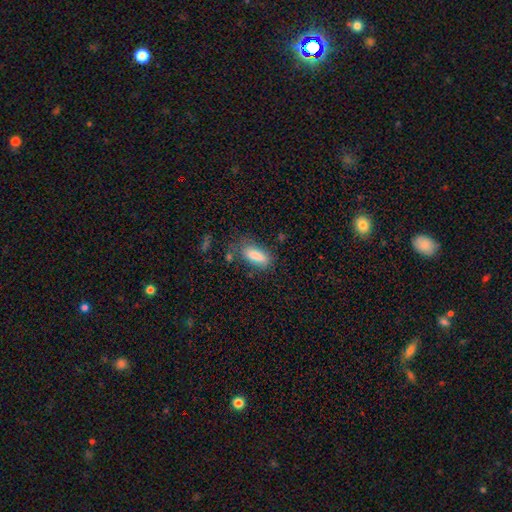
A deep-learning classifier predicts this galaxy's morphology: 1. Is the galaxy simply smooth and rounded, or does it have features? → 83% smooth, 9% featured or disk, 8% star or artifact.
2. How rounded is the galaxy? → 75% in between, 23% cigar-shaped, 2% round.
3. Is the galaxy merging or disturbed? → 63% none, 23% minor disturbance, 9% major disturbance, 6% merger.